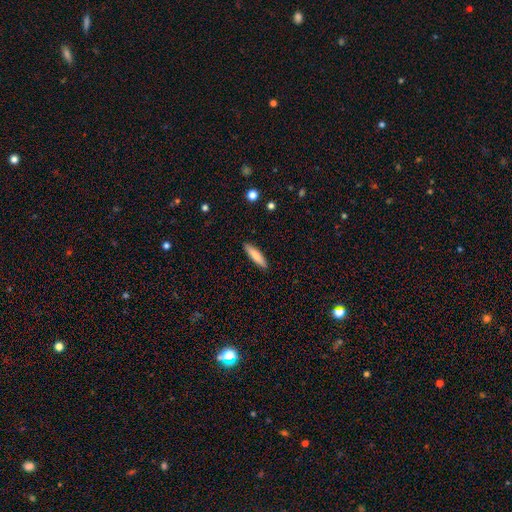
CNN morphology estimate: This is clearly a smooth galaxy (82%). How rounded: likely cigar-shaped (75%). Merging: clearly none (90%).